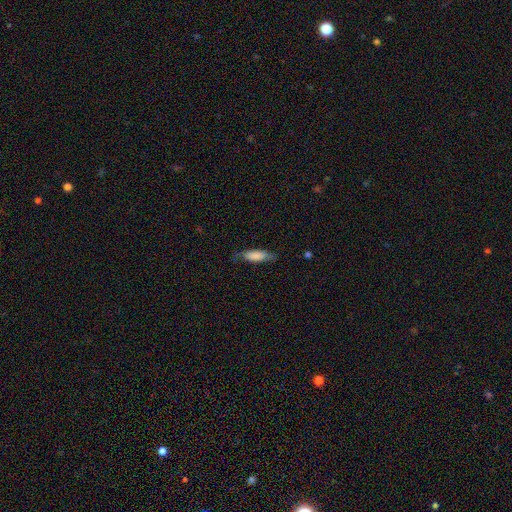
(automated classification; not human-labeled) This is likely a smooth galaxy (79%). How rounded: possibly in between (52%). Merging: likely none (67%).